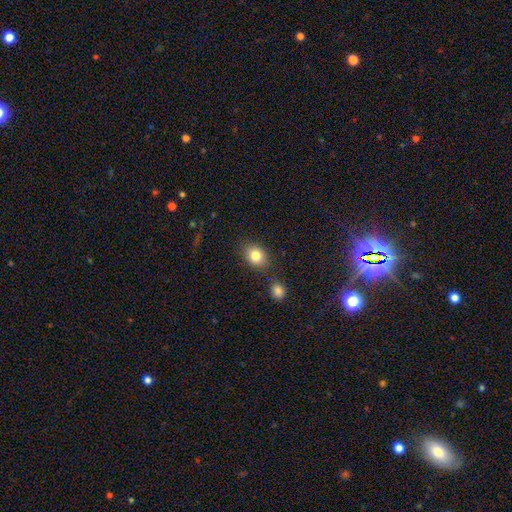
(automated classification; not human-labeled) smooth-or-featured: smooth: 83% | star or artifact: 10% | featured or disk: 8%
  how-rounded: round: 52% | in between: 47% | cigar-shaped: 1%
  merging: none: 79% | minor disturbance: 12% | merger: 6% | major disturbance: 3%